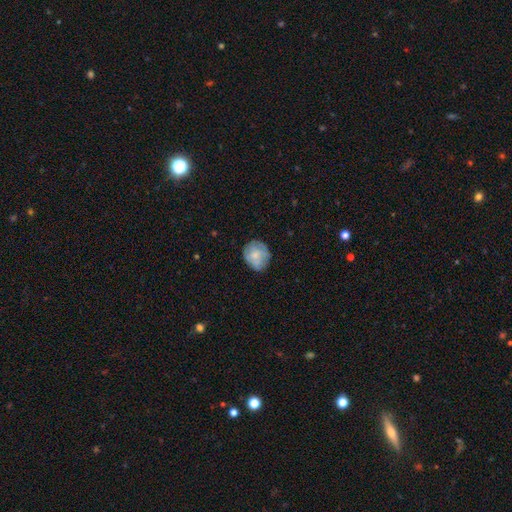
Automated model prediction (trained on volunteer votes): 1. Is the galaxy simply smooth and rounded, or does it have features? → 60% smooth, 33% featured or disk, 7% star or artifact.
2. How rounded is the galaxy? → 71% round, 28% in between, 1% cigar-shaped.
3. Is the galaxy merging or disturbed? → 72% none, 21% minor disturbance, 6% major disturbance, 1% merger.